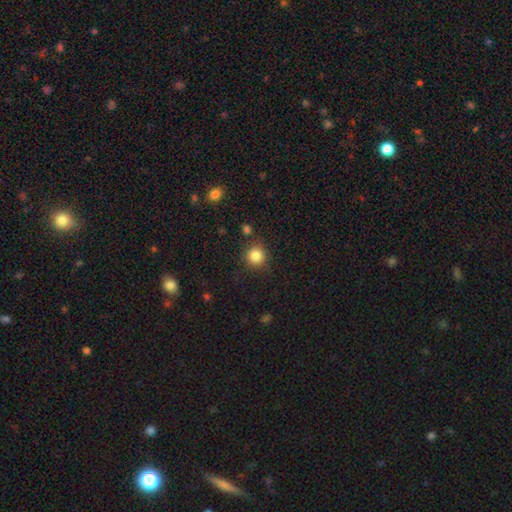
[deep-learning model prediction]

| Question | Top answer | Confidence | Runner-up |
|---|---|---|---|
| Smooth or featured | smooth | 85% | star or artifact (11%) |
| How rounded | round | 92% | in between (7%) |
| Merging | none | 83% | minor disturbance (10%) |